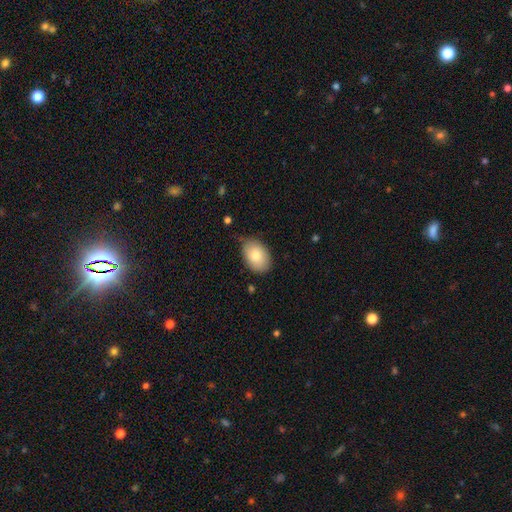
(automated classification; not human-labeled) This appears to be a smooth galaxy with no disk features (80%) that is in between round and cigar-shaped (83%). Merging: none (65%).